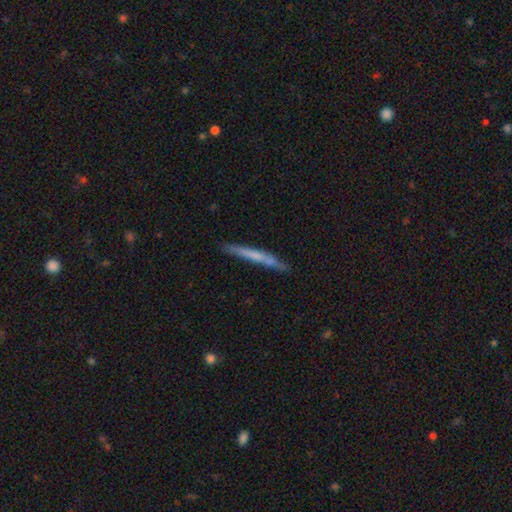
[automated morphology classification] Smooth or featured? Predicted: smooth (p=0.50). Merging? Predicted: none (p=0.81).